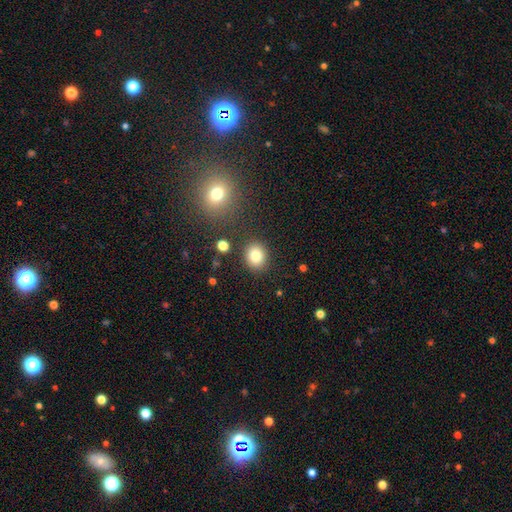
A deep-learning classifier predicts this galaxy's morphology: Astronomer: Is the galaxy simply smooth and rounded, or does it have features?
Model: smooth — 82%.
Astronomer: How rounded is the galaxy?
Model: round — 65%.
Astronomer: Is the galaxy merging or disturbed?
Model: none — 86%.